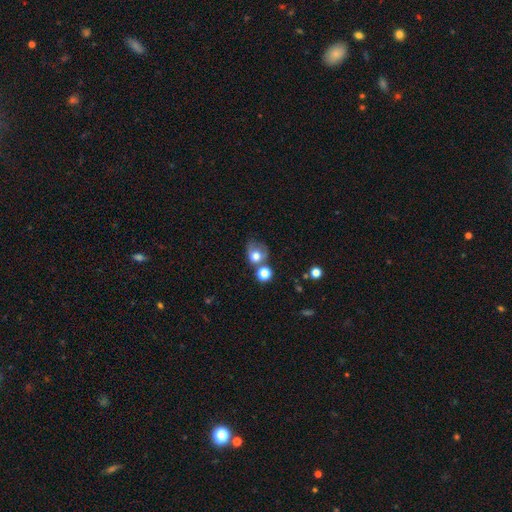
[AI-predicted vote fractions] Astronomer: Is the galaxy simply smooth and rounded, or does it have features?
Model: smooth — 72%.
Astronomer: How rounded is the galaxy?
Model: round — 66%.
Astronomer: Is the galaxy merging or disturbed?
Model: none — 35% (runner-up: merger, 28%).